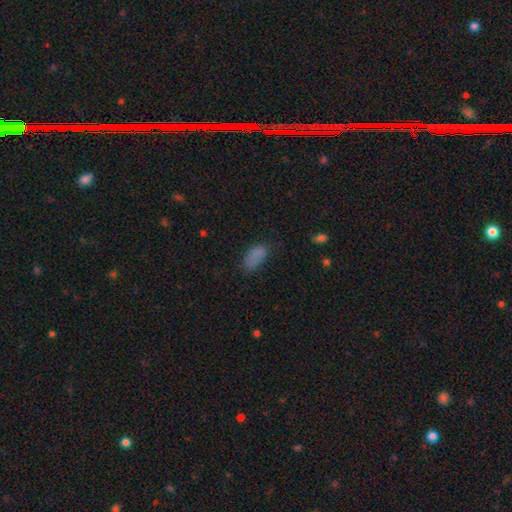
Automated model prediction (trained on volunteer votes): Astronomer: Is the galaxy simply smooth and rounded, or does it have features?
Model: smooth — 82%.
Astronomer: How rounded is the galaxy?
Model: in between — 92%.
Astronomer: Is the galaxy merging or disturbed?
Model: none — 60%.